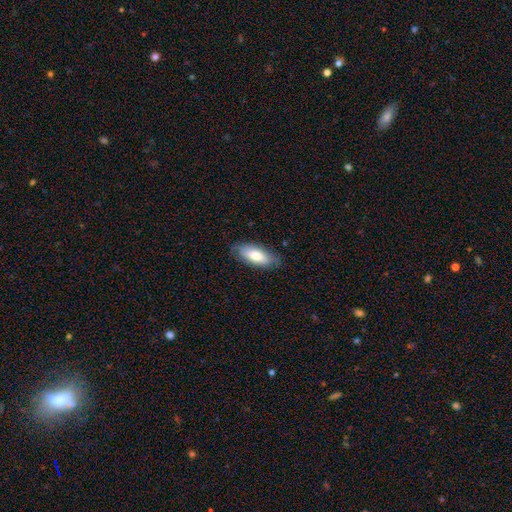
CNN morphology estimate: type=smooth (74%); roundness=in between (80%); merging=none (81%).